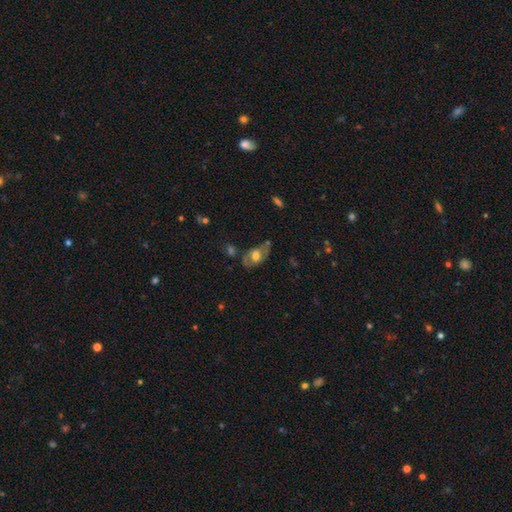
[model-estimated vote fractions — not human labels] featured or disk 47%, smooth 45%, star or artifact 8%. Down the decision tree: merging — none (53%).